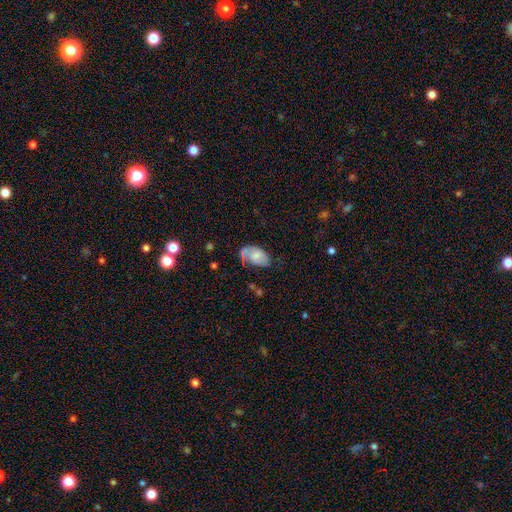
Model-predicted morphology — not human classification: smooth 52%, featured or disk 40%, star or artifact 7%. Down the decision tree: how rounded — in between (92%); merging — none (43%).